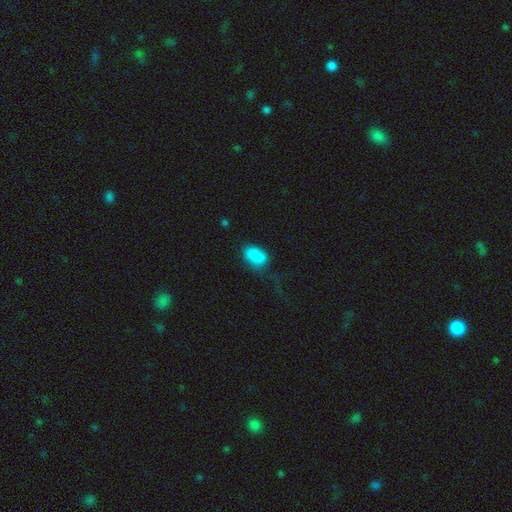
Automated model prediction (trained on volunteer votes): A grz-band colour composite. It shows a smooth galaxy with no disk features (85%) that is in between round and cigar-shaped (89%). Merging: none (45%).